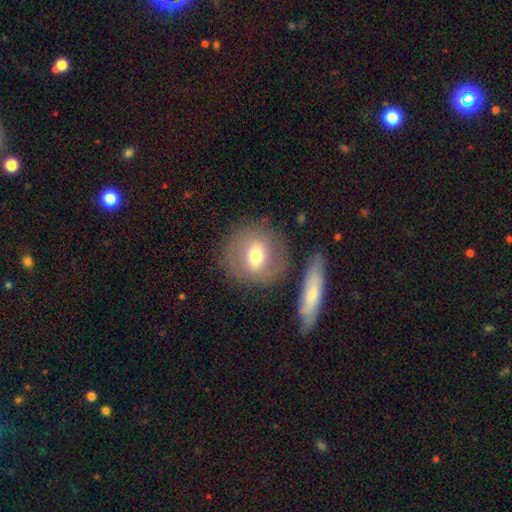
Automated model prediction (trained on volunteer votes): This appears to be a smooth galaxy with no disk features (53%) that is round (83%). Merging: none (76%).